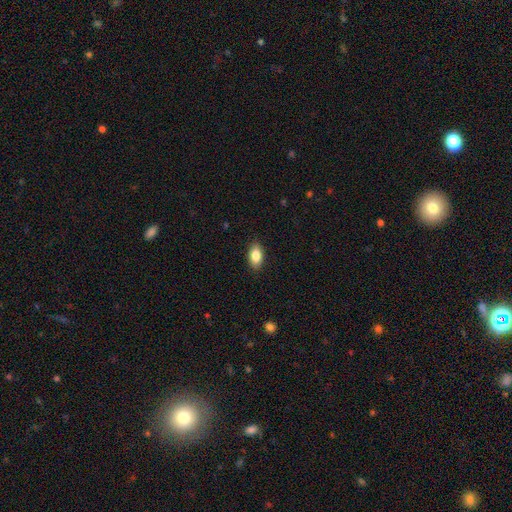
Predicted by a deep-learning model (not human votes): Overall: smooth (85%). How rounded: in between (91%). Merging: none (89%).